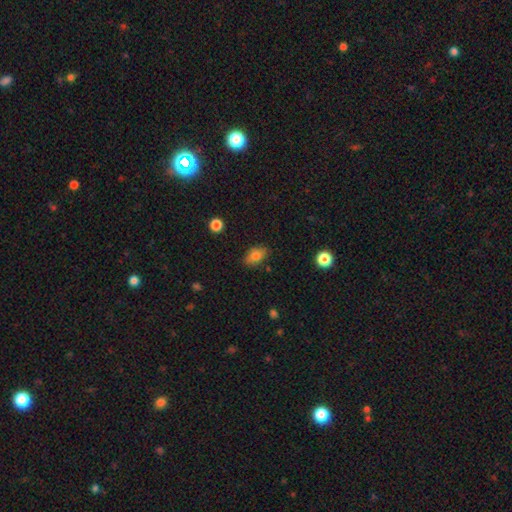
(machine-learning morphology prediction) A smooth galaxy with no disk features (79%) that is in between round and cigar-shaped (86%). Merging: none (83%).